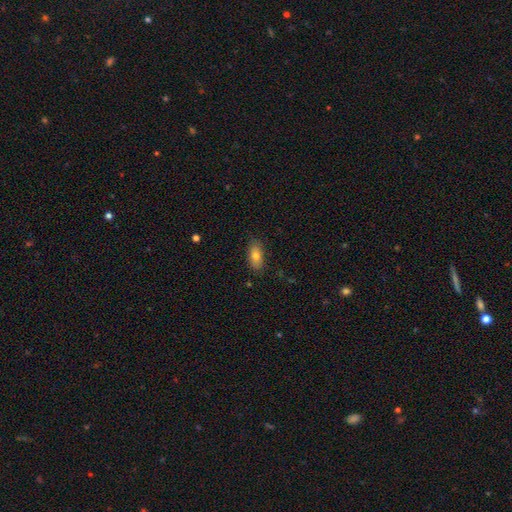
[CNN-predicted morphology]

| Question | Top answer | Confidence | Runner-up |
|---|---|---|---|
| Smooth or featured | smooth | 78% | featured or disk (15%) |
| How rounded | in between | 87% | cigar-shaped (9%) |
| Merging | none | 84% | minor disturbance (12%) |